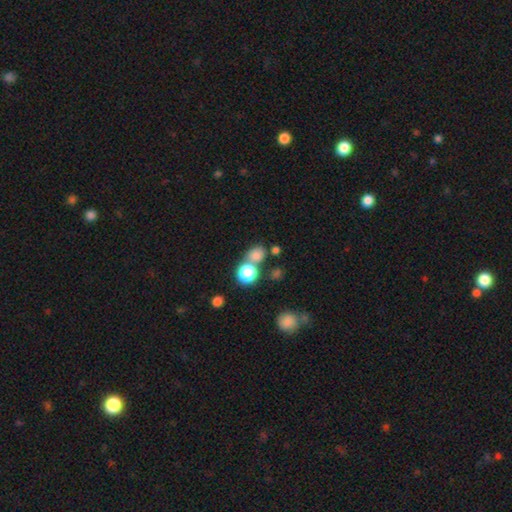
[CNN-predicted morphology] Overall: smooth (76%). How rounded: round (69%). Merging: none (57%; merger 28%).